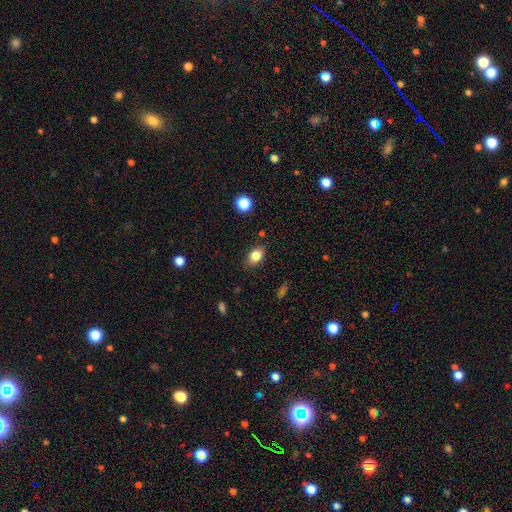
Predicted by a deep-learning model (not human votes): smooth 82%, star or artifact 10%, featured or disk 8%. Down the decision tree: how rounded — in between (78%); merging — none (82%).